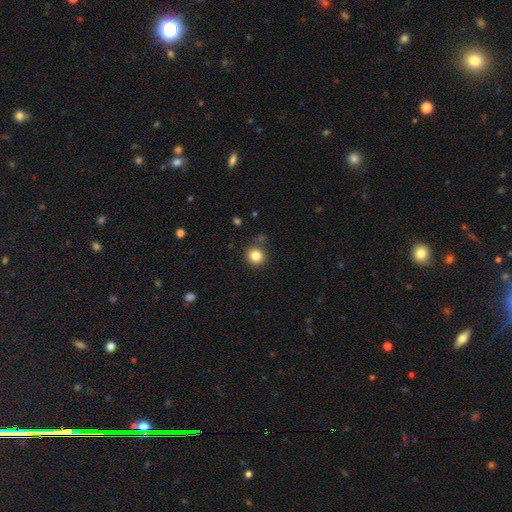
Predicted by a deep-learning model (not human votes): smooth 84%, star or artifact 11%, featured or disk 5%. Down the decision tree: how rounded — round (91%); merging — none (85%).